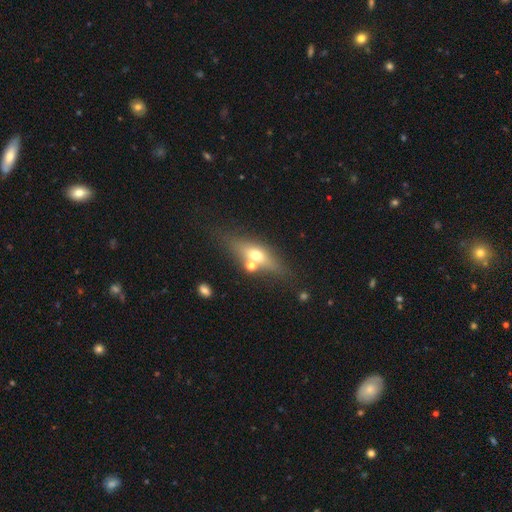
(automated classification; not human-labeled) Smooth or featured? smooth (50%)
Merging? none (63%)